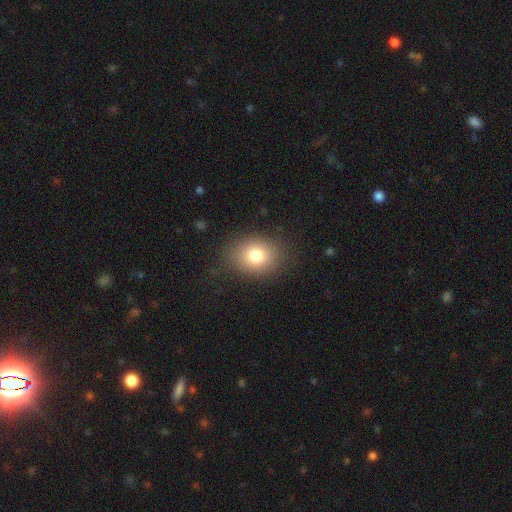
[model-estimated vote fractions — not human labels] The model was most divided on "how rounded": in between: 56%, round: 43%, cigar-shaped: 1%. More confident: merging — none (84%); smooth or featured — smooth (80%).